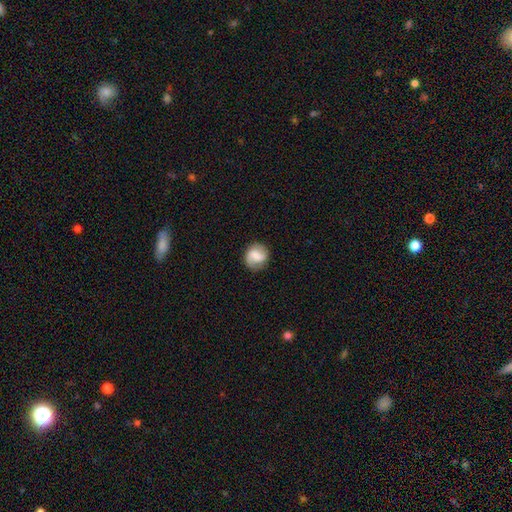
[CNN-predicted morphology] smooth 49%, featured or disk 43%, star or artifact 8%. Down the decision tree: merging — none (78%).